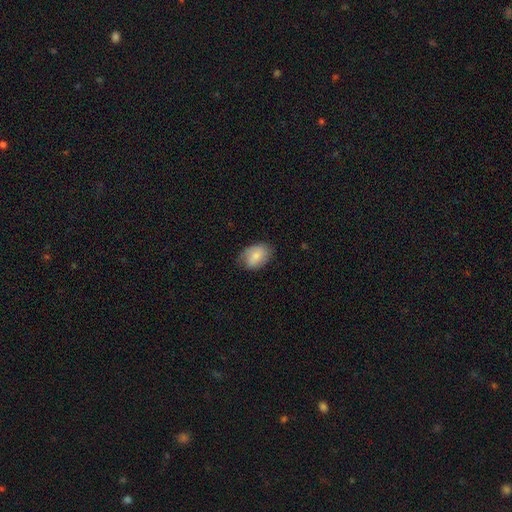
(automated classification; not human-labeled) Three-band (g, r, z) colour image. It shows a smooth galaxy with no disk features (76%) that is in between round and cigar-shaped (84%). Merging: none (68%).